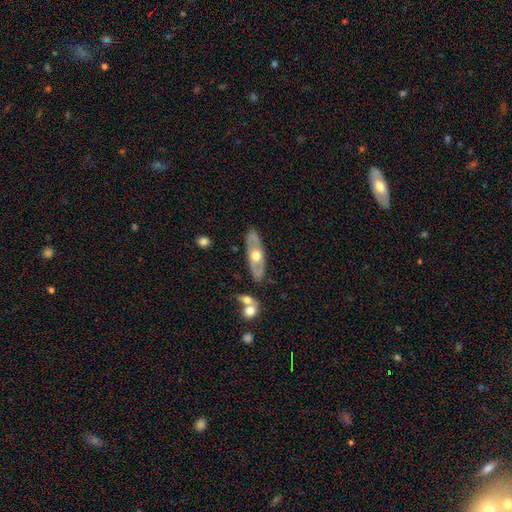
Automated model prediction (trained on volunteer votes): smooth-or-featured: featured or disk: 60% | smooth: 35% | star or artifact: 5%
  disk-edge-on: no: 63% | yes: 37%
  merging: none: 81% | minor disturbance: 12% | merger: 4% | major disturbance: 3%